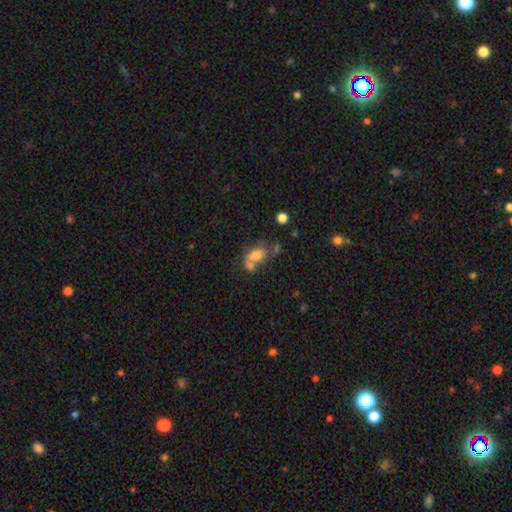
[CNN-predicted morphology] A smooth galaxy with no disk features (69%) that is in between round and cigar-shaped (71%). Merging: merger (46%).